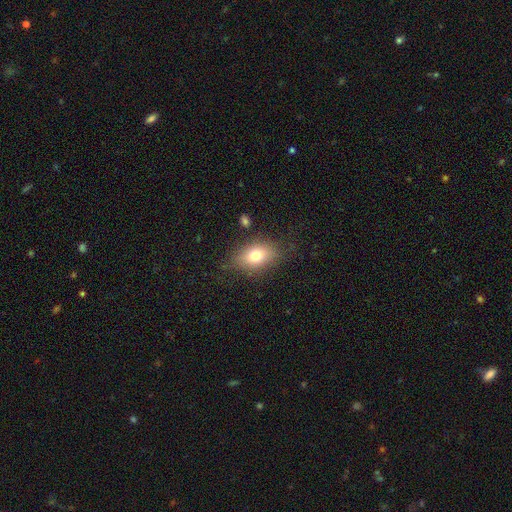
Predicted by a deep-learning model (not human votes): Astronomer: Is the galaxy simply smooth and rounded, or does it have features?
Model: smooth — 75%.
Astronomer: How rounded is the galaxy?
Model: in between — 81%.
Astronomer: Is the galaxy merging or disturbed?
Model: none — 77%.